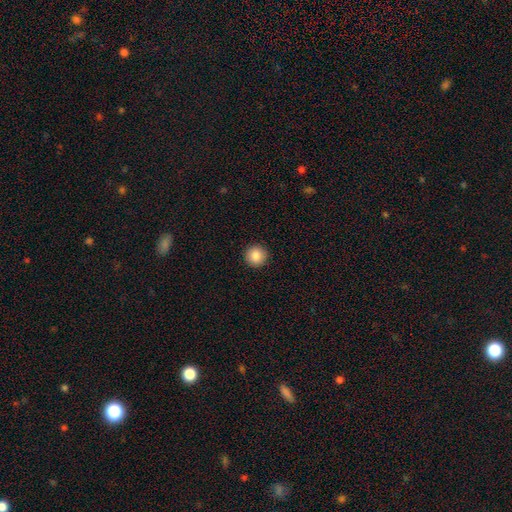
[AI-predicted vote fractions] Smooth or featured?
  - smooth: 87% *
  - star or artifact: 9%
  - featured or disk: 4%
How rounded?
  - round: 95% *
  - in between: 4%
  - cigar-shaped: 1%
Merging?
  - none: 93% *
  - minor disturbance: 5%
  - major disturbance: 2%
  - merger: 1%